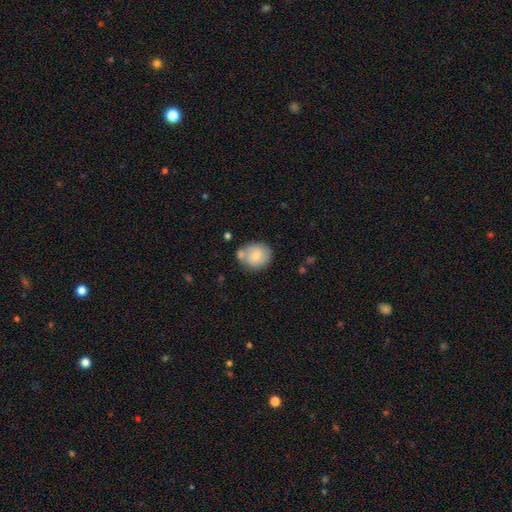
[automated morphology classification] type=smooth (77%); roundness=round (78%); merging=none (59%).